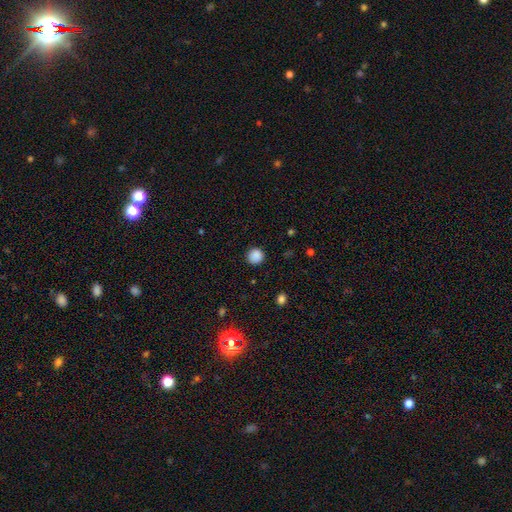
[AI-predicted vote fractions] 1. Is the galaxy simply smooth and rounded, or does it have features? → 87% smooth, 10% star or artifact, 3% featured or disk.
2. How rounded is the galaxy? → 94% round, 5% in between, 1% cigar-shaped.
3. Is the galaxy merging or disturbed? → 90% none, 6% minor disturbance, 2% major disturbance, 1% merger.